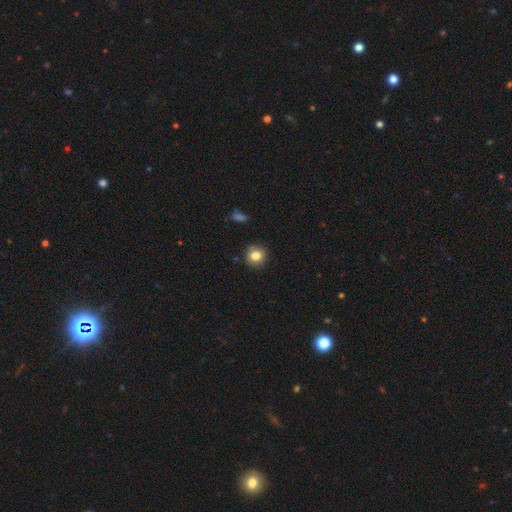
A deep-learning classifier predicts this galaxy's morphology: Q: Smooth or featured?
A: smooth (81%); runner-up: star or artifact (11%)
Q: How rounded?
A: round (84%); runner-up: in between (15%)
Q: Merging?
A: none (83%); runner-up: minor disturbance (12%)